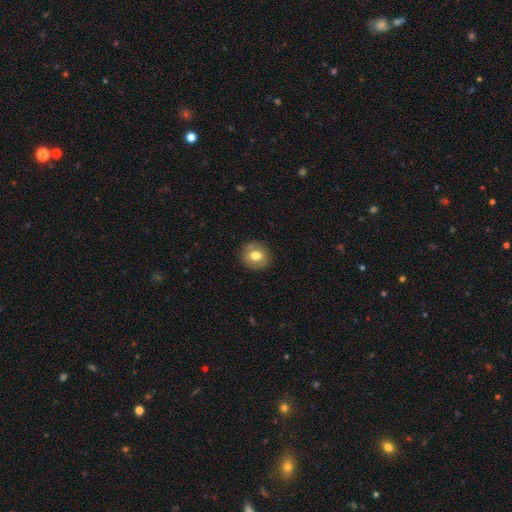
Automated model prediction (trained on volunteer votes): A smooth galaxy with no disk features (72%) that is round (82%).

Vote fractions:
- Smooth or featured? smooth: 72% / featured or disk: 19% / star or artifact: 9%
- How rounded? round: 82% / in between: 17% / cigar-shaped: 1%
- Merging? none: 85% / minor disturbance: 11% / major disturbance: 3% / merger: 2%